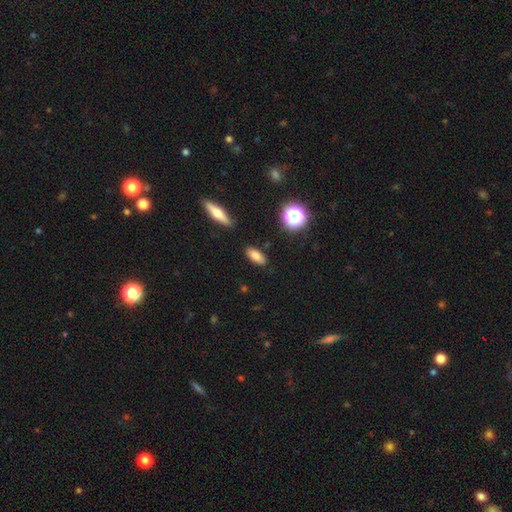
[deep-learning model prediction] Morphology: type=smooth (80%); roundness=in between (81%); merging=none (85%).